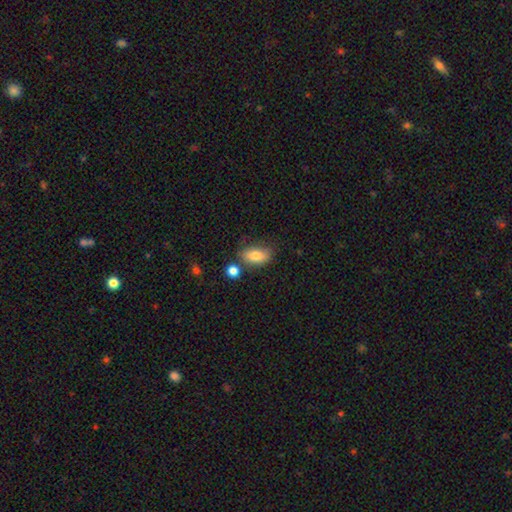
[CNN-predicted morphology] Overall: smooth (79%). How rounded: in between (86%). Merging: none (65%).